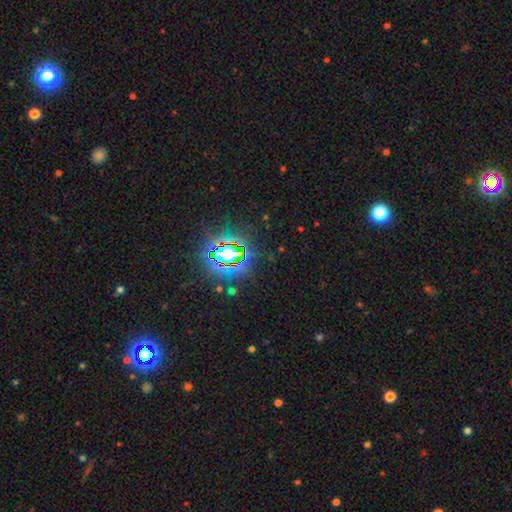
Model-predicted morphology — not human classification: smooth-or-featured: star or artifact: 83% | smooth: 10% | featured or disk: 7%